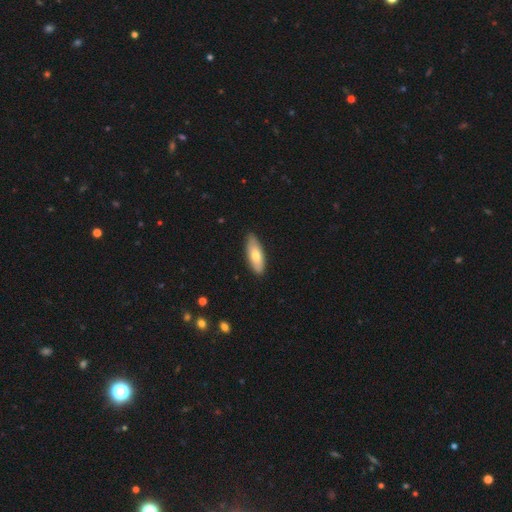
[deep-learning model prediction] smooth 71%, featured or disk 24%, star or artifact 5%. Down the decision tree: how rounded — in between (69%); merging — none (85%).